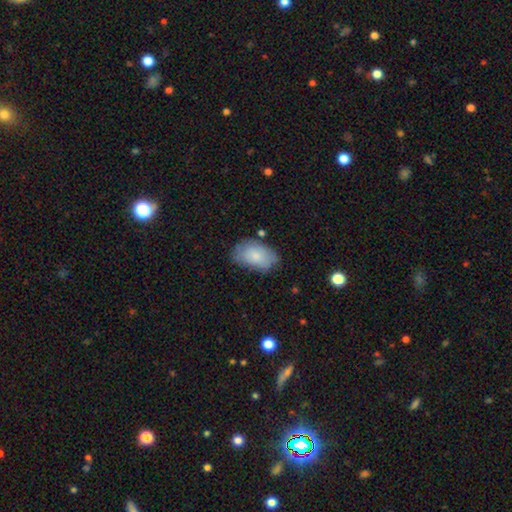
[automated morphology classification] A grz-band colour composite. It shows a smooth galaxy with no disk features (79%) that is in between round and cigar-shaped (91%). Merging: none (65%).